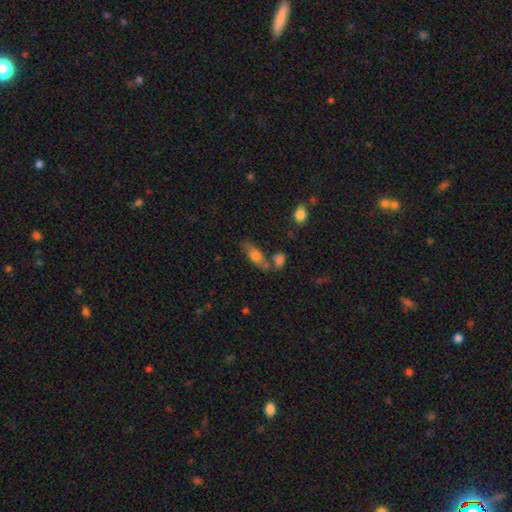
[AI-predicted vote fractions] This appears to be a smooth galaxy with no disk features (68%) that is in between round and cigar-shaped (73%). Merging: none (57%).